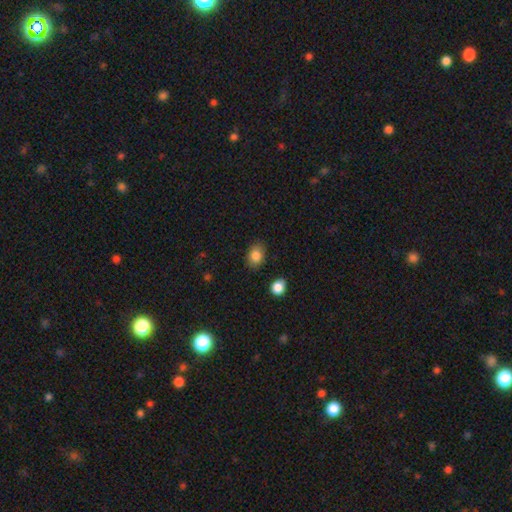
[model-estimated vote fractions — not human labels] The model was most divided on "how rounded": in between: 70%, round: 29%, cigar-shaped: 1%. More confident: smooth or featured — smooth (85%); merging — none (83%).